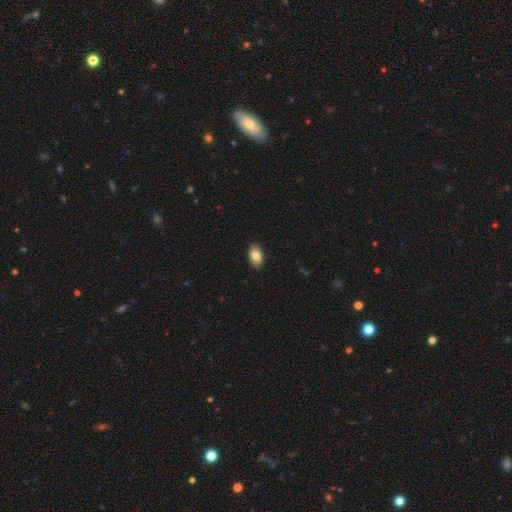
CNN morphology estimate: Q: Smooth or featured?
A: smooth (85%); runner-up: featured or disk (8%)
Q: How rounded?
A: in between (91%); runner-up: round (7%)
Q: Merging?
A: none (88%); runner-up: minor disturbance (9%)